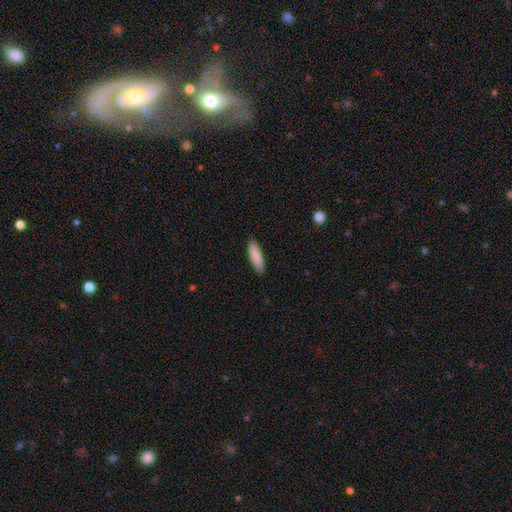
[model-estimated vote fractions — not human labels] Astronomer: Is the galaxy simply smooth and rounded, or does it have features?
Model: smooth — 89%.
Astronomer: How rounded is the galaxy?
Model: cigar-shaped — 53% (runner-up: in between, 45%).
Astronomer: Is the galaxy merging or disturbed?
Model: none — 90%.